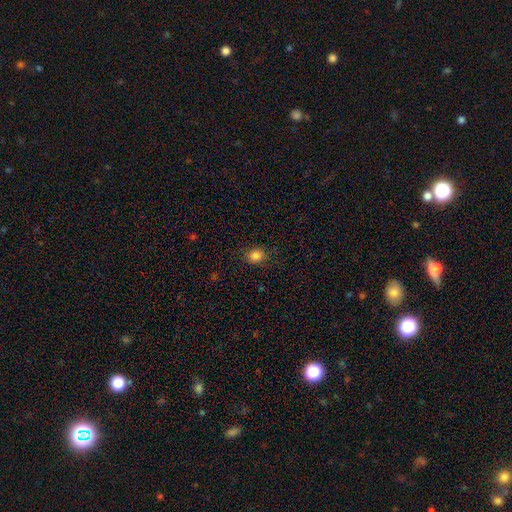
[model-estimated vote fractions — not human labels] Morphology: type=smooth (85%); roundness=round (67%); merging=none (86%).